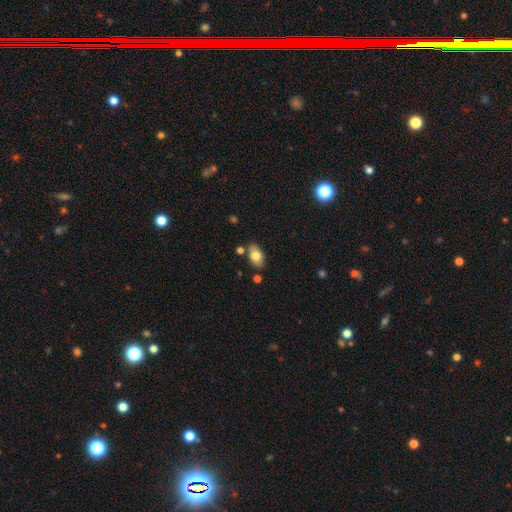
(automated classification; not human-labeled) Smooth or featured: smooth — 76% (featured or disk — 16%)
How rounded: in between — 91% (round — 7%)
Merging: none — 79% (minor disturbance — 12%)